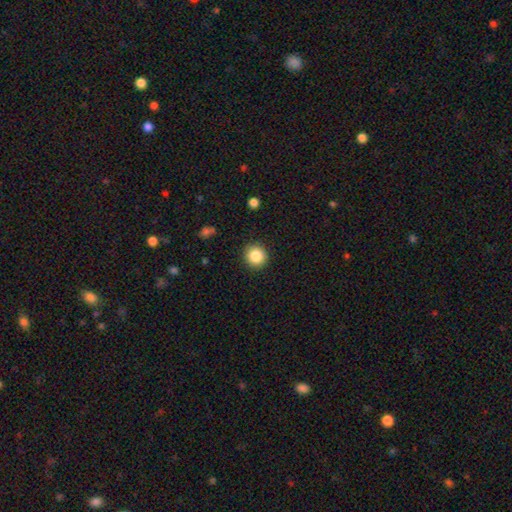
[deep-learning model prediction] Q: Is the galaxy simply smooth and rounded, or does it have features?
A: smooth — 85%.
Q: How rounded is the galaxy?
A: round — 93%.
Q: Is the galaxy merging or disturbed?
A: none — 91%.